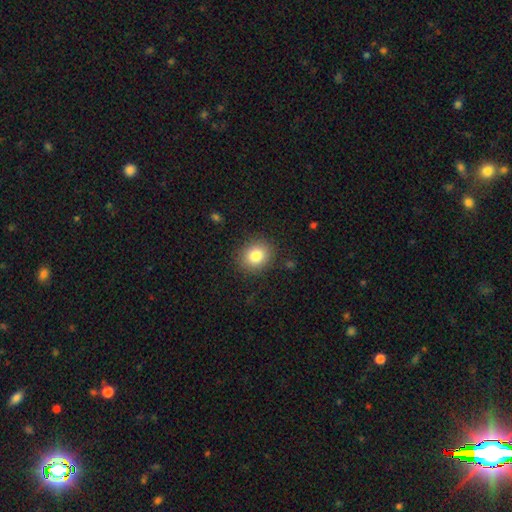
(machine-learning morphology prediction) The model was most divided on "how rounded": round: 74%, in between: 25%, cigar-shaped: 1%. More confident: merging — none (87%); smooth or featured — smooth (83%).